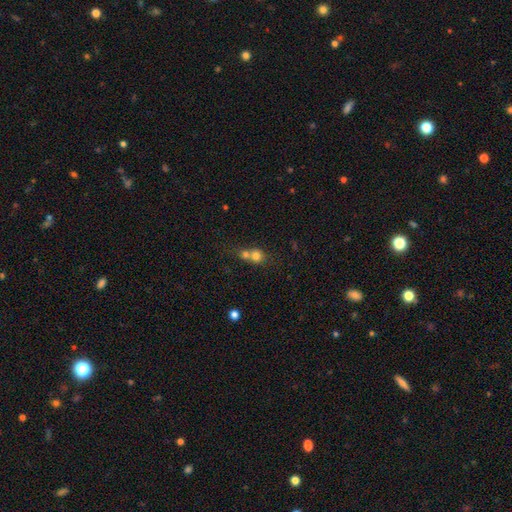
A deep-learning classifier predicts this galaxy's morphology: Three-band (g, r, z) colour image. It shows a smooth galaxy with no disk features (74%) that is round (79%). Merging: merger (62%).